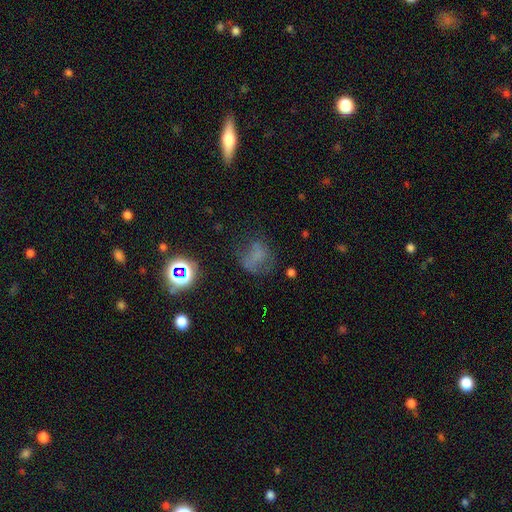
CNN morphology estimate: Q: Smooth or featured?
A: smooth (46%); runner-up: star or artifact (28%)
Q: Merging?
A: none (46%); runner-up: major disturbance (26%)